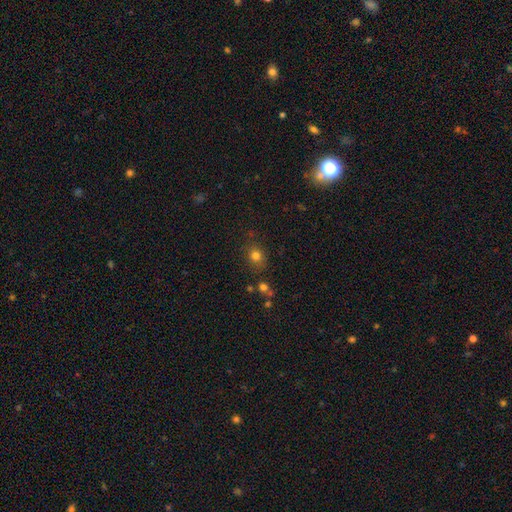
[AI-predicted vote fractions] Smooth or featured? smooth (78%)
How rounded? round (71%)
Merging? none (79%)